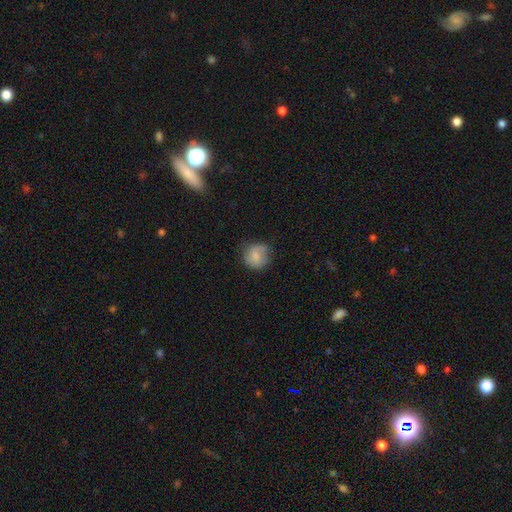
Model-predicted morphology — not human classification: This appears to be a smooth galaxy with no disk features (75%) that is round (84%). Merging: none (68%).